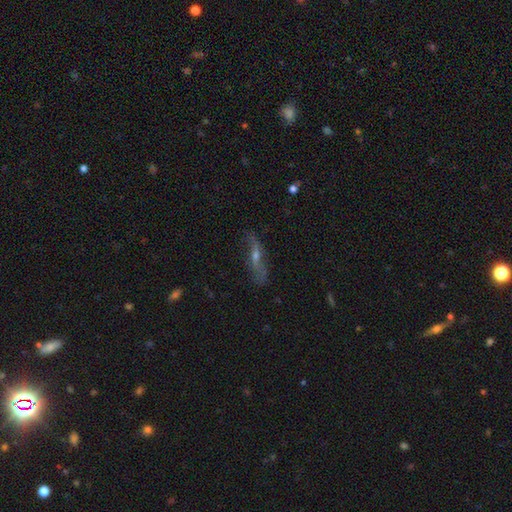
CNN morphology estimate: Smooth or featured?
  - featured or disk: 62% *
  - smooth: 23%
  - star or artifact: 14%
Edge-on disk?
  - yes: 57% *
  - no: 43%
Merging?
  - none: 74% *
  - minor disturbance: 17%
  - major disturbance: 7%
  - merger: 2%